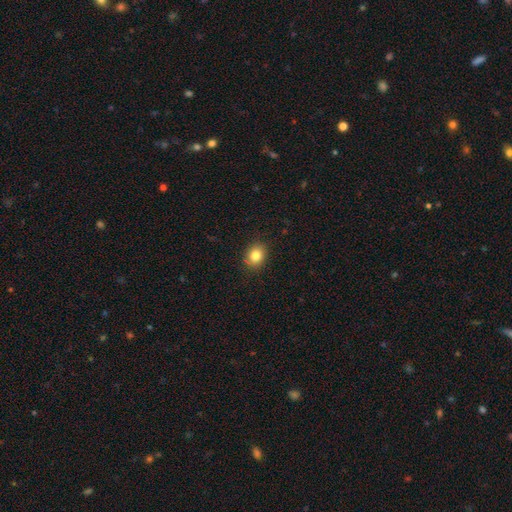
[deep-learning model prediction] smooth-or-featured: smooth: 83% | star or artifact: 10% | featured or disk: 7%
  how-rounded: round: 56% | in between: 43% | cigar-shaped: 1%
  merging: none: 87% | minor disturbance: 10% | major disturbance: 2% | merger: 1%